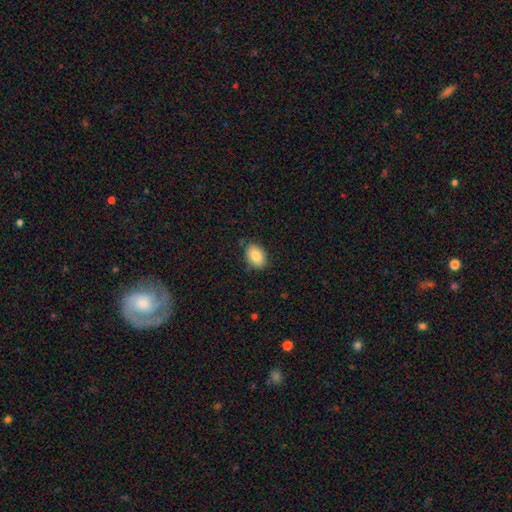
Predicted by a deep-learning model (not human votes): Q: Smooth or featured?
A: smooth (85%); runner-up: star or artifact (8%)
Q: How rounded?
A: in between (80%); runner-up: round (18%)
Q: Merging?
A: none (83%); runner-up: minor disturbance (13%)